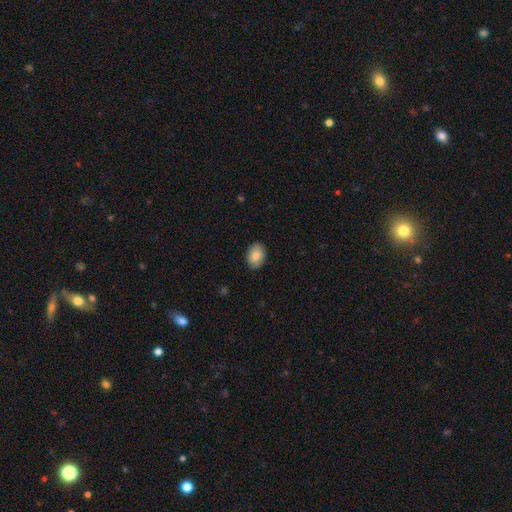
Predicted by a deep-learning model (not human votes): This appears to be a smooth galaxy with no disk features (84%) that is in between round and cigar-shaped (78%). Merging: none (87%).